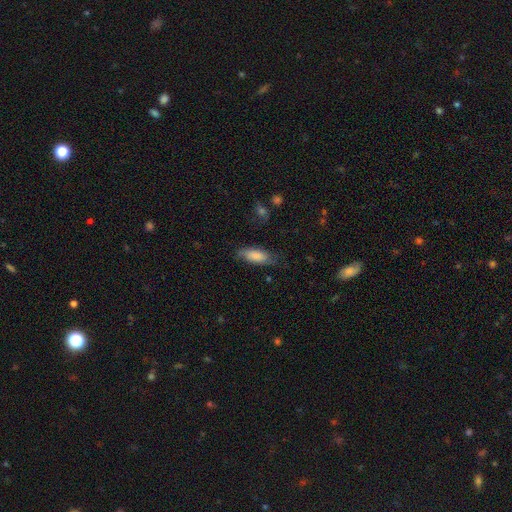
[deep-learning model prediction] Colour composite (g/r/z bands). It shows a smooth galaxy with no disk features (78%) that is in between round and cigar-shaped (77%). Merging: none (67%).